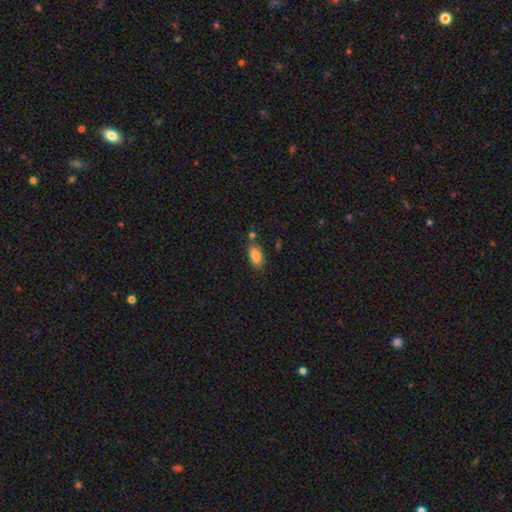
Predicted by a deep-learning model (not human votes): This is clearly a smooth galaxy (83%). How rounded: clearly in between (88%). Merging: likely none (72%).